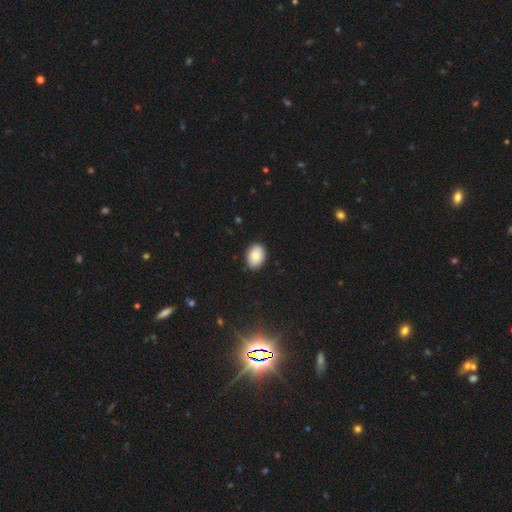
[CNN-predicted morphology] Smooth or featured: smooth — 86% (star or artifact — 7%)
How rounded: in between — 76% (round — 23%)
Merging: none — 87% (minor disturbance — 10%)